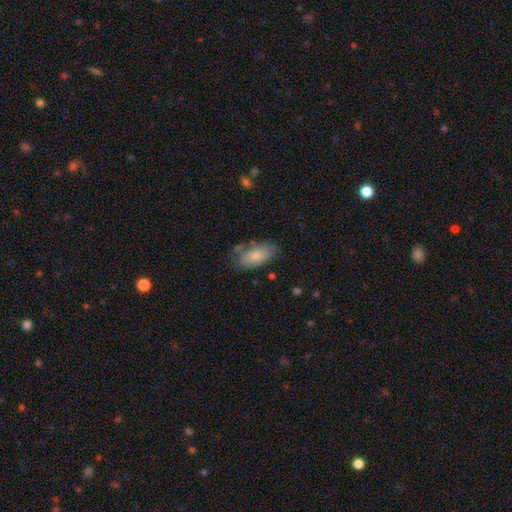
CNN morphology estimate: Overall: smooth (75%). How rounded: in between (92%). Merging: none (59%; minor disturbance 26%).